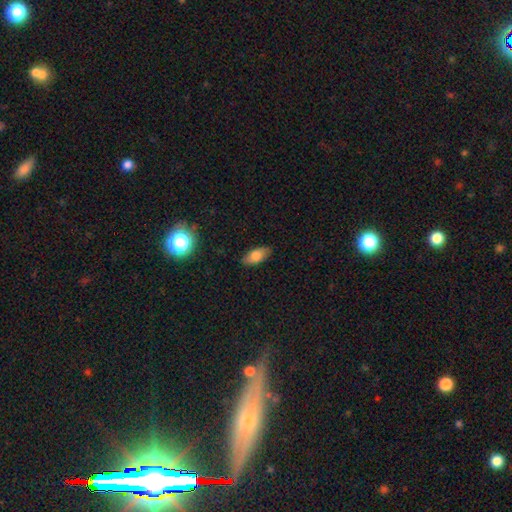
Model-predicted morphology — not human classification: A smooth galaxy with no disk features (76%) that is in between round and cigar-shaped (87%).

Vote fractions:
- Smooth or featured? smooth: 76% / featured or disk: 15% / star or artifact: 9%
- How rounded? in between: 87% / cigar-shaped: 9% / round: 3%
- Merging? none: 86% / minor disturbance: 11% / major disturbance: 2% / merger: 1%